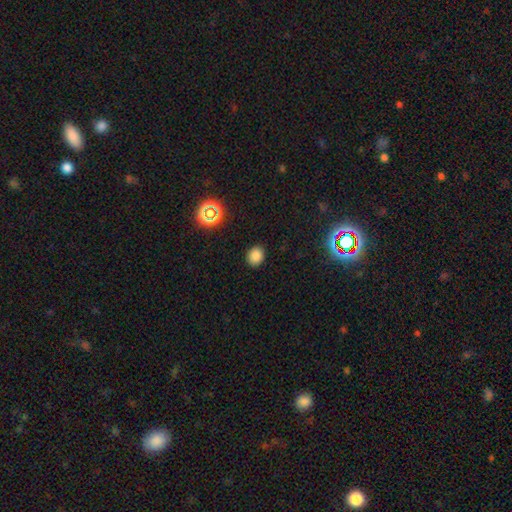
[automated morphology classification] This appears to be a smooth galaxy with no disk features (82%) that is round (60%). Merging: none (89%).